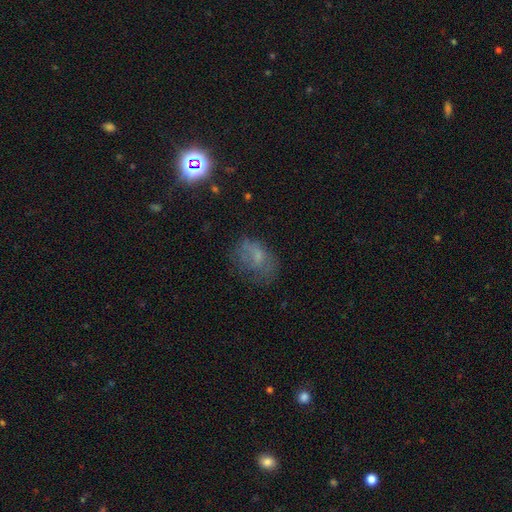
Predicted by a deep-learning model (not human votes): This is possibly a smooth galaxy (52%). How rounded: likely in between (72%). Merging: possibly none (47%).